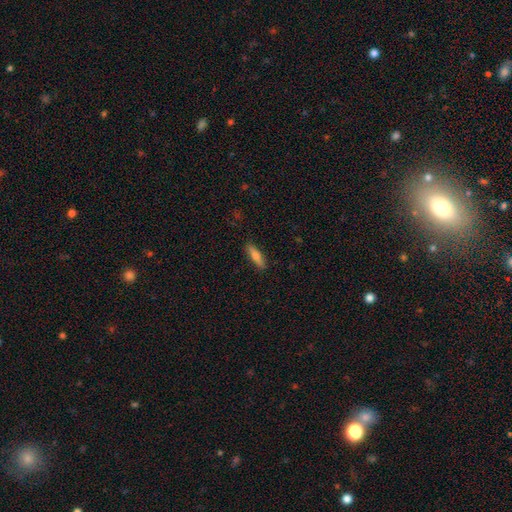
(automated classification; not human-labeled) smooth-or-featured: smooth: 72% | featured or disk: 22% | star or artifact: 6%
  how-rounded: cigar-shaped: 69% | in between: 29% | round: 2%
  merging: none: 88% | minor disturbance: 9% | major disturbance: 2% | merger: 1%